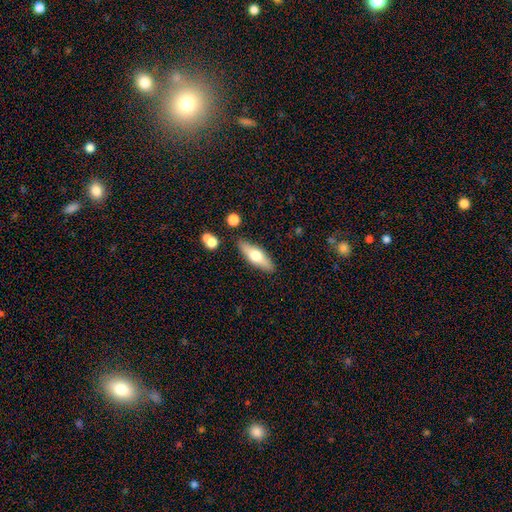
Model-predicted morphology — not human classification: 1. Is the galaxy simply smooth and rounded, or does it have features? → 56% smooth, 38% featured or disk, 6% star or artifact.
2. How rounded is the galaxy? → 54% in between, 43% cigar-shaped, 3% round.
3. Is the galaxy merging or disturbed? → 85% none, 10% minor disturbance, 3% merger, 2% major disturbance.